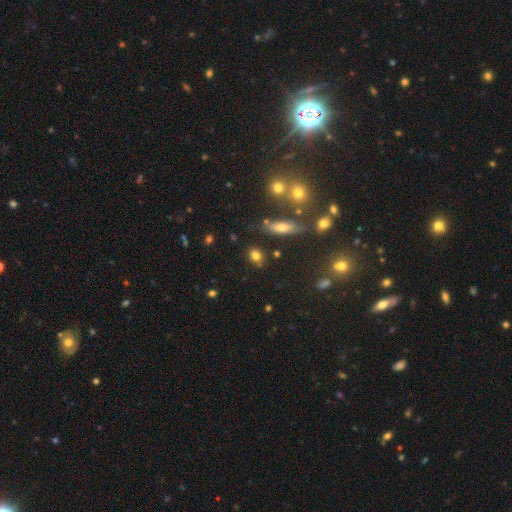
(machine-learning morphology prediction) Overall: smooth (77%). How rounded: in between (58%; round 37%). Merging: none (76%).